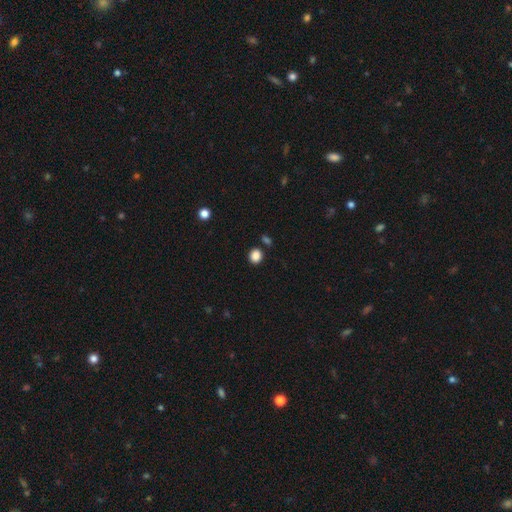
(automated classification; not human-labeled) Smooth or featured? Predicted: smooth (p=0.87). How rounded? Predicted: round (p=0.73). Merging? Predicted: none (p=0.86).